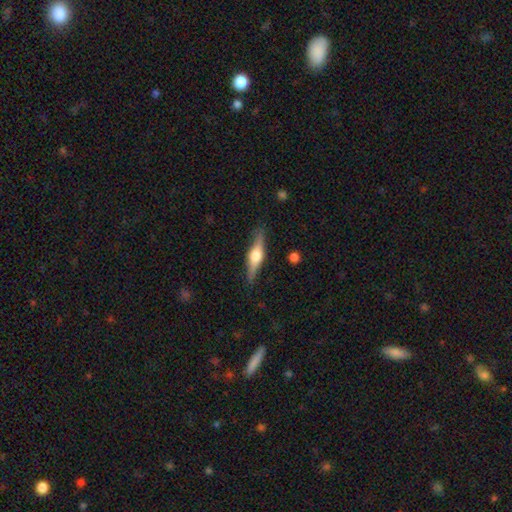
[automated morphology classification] A featured or disk galaxy (70%) viewed edge-on (97%) with a rounded central bulge (92%). Merging: none (87%).